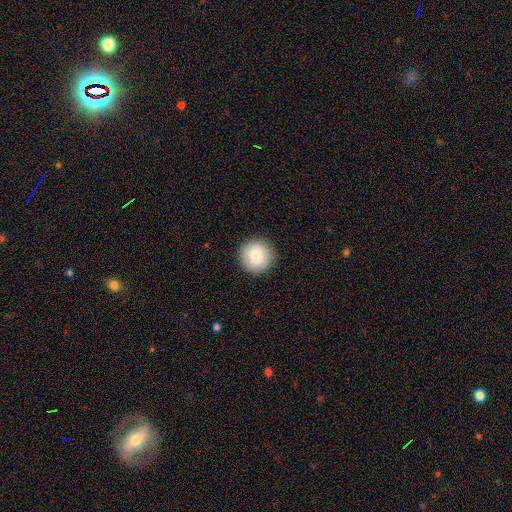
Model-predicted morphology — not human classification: Q: Smooth or featured?
A: smooth (81%); runner-up: featured or disk (12%)
Q: How rounded?
A: round (95%); runner-up: in between (4%)
Q: Merging?
A: none (91%); runner-up: minor disturbance (6%)